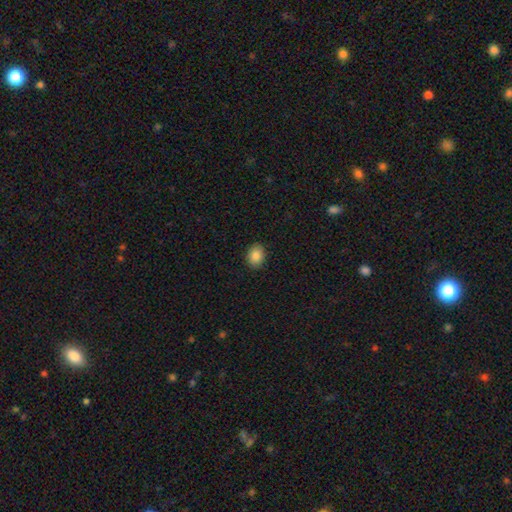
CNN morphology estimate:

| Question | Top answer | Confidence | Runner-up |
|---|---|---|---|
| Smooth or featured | smooth | 86% | star or artifact (8%) |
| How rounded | in between | 63% | round (36%) |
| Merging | none | 89% | minor disturbance (8%) |